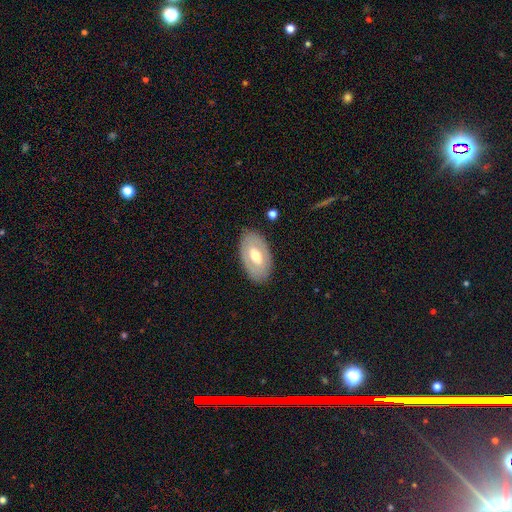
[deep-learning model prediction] smooth_or_featured: featured or disk (p=0.51) [alt: smooth p=0.43]
disk_edge_on: no (p=0.87) [alt: yes p=0.13]
merging: none (p=0.84) [alt: minor disturbance p=0.11]